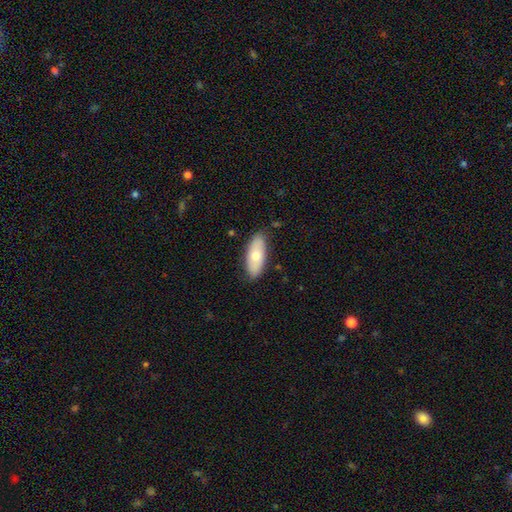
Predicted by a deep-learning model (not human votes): Overall: smooth (67%). How rounded: in between (82%). Merging: none (84%).